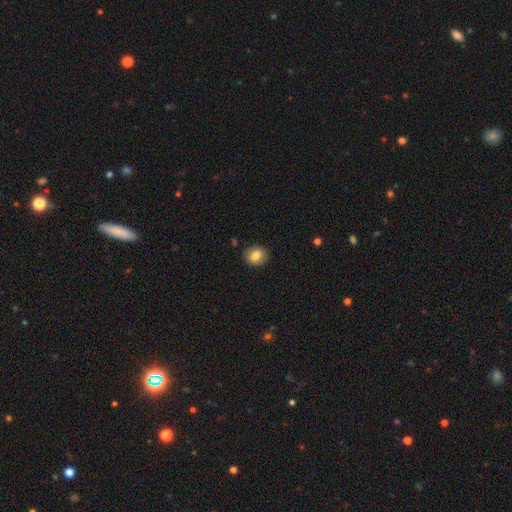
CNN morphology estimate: Smooth or featured: smooth — 81% (featured or disk — 11%)
How rounded: round — 63% (in between — 36%)
Merging: none — 88% (minor disturbance — 9%)